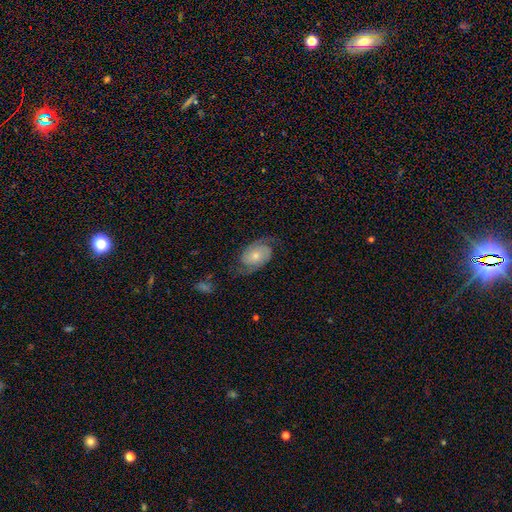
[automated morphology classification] type=featured or disk (77%); edge-on=no (97%); bar=no (73%); spiral arms=yes (95%); winding=medium (44%); arm count=2 (90%); bulge=small (48%); merging=none (70%).